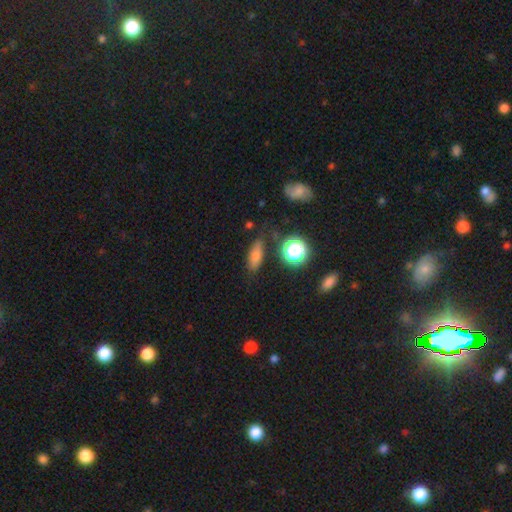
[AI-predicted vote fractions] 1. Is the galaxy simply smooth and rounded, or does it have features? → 71% smooth, 15% star or artifact, 13% featured or disk.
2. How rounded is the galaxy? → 59% in between, 29% cigar-shaped, 12% round.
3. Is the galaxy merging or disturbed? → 75% none, 16% minor disturbance, 5% major disturbance, 4% merger.